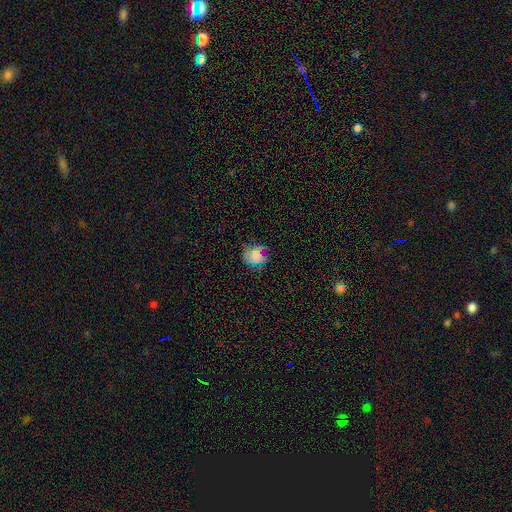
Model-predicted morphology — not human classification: This is possibly a smooth galaxy (55%). How rounded: likely round (70%). Merging: likely none (67%).